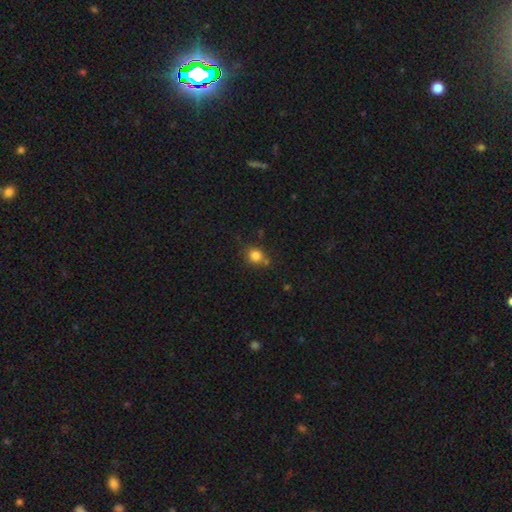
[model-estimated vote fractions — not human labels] The model was most divided on "merging": none: 63%, minor disturbance: 17%, merger: 15%, major disturbance: 5%. More confident: smooth or featured — smooth (82%); how rounded — round (79%).